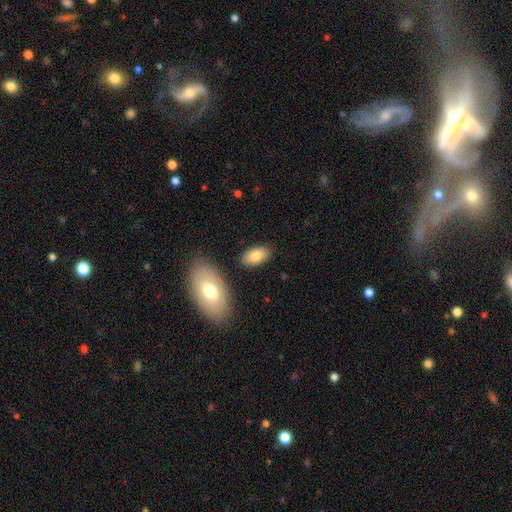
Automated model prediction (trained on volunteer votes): Smooth or featured: smooth — 80% (featured or disk — 13%)
How rounded: in between — 93% (cigar-shaped — 4%)
Merging: none — 83% (minor disturbance — 10%)